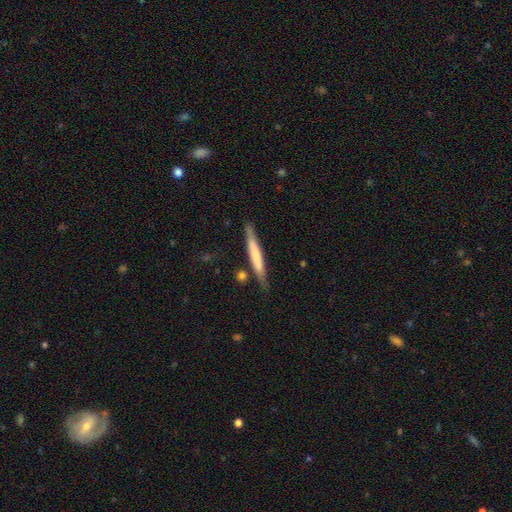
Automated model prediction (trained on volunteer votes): smooth_or_featured: smooth (p=0.57) [alt: featured or disk p=0.37]
how_rounded: cigar-shaped (p=0.95) [alt: in between p=0.04]
merging: none (p=0.80) [alt: minor disturbance p=0.14]